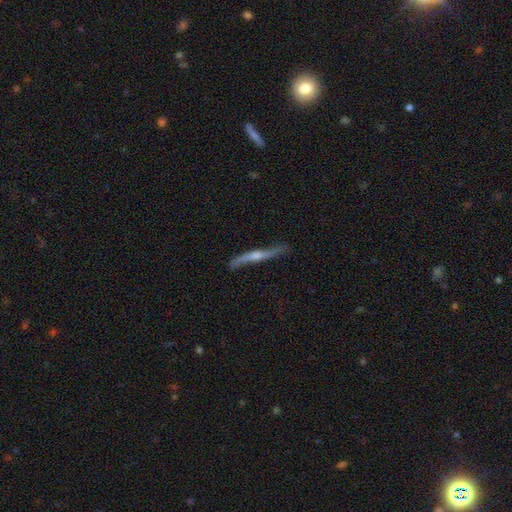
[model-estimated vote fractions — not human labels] This appears to be a featured or disk galaxy (75%) viewed edge-on (90%) with a rounded central bulge (79%). Merging: none (81%).